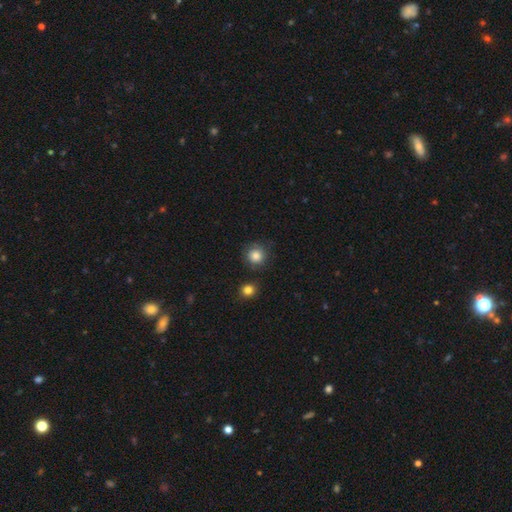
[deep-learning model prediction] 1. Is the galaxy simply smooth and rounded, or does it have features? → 83% smooth, 10% star or artifact, 7% featured or disk.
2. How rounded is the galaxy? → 91% round, 8% in between, 1% cigar-shaped.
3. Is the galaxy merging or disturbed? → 79% none, 13% minor disturbance, 4% merger, 4% major disturbance.